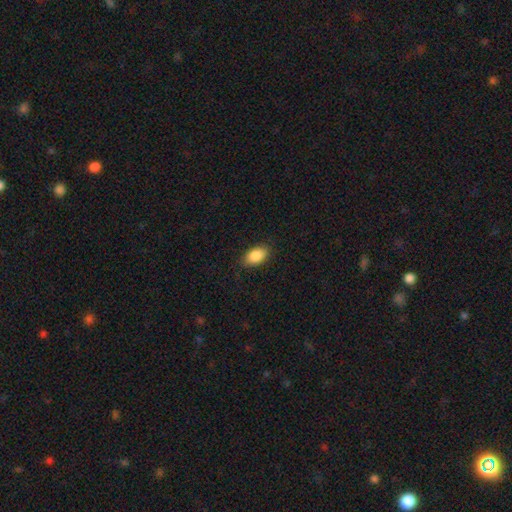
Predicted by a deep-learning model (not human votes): Smooth or featured? Predicted: smooth (p=0.88). How rounded? Predicted: in between (p=0.92). Merging? Predicted: none (p=0.86).